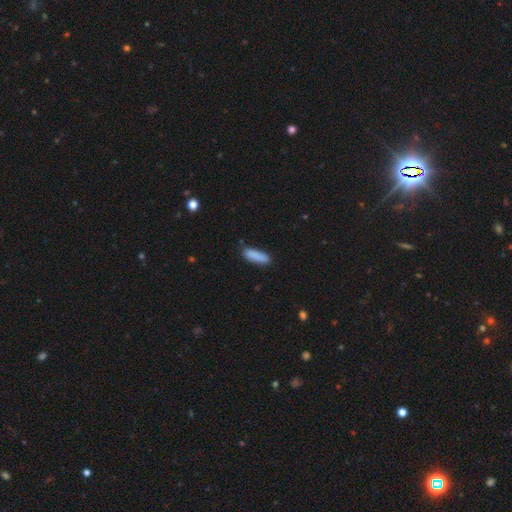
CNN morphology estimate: Smooth or featured? Predicted: smooth (p=0.89). How rounded? Predicted: cigar-shaped (p=0.57). Merging? Predicted: none (p=0.82).